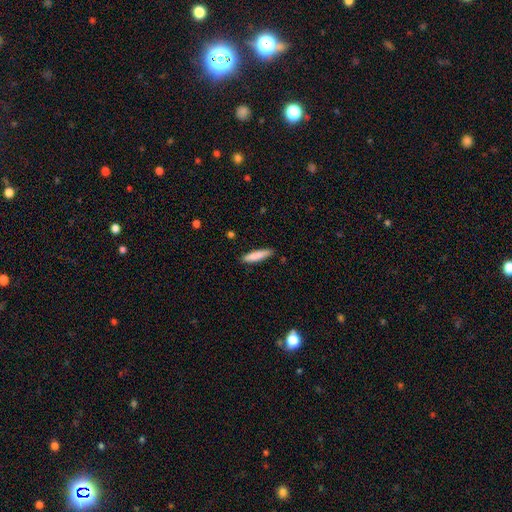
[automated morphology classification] This is clearly a smooth galaxy (83%). How rounded: clearly cigar-shaped (82%). Merging: clearly none (85%).